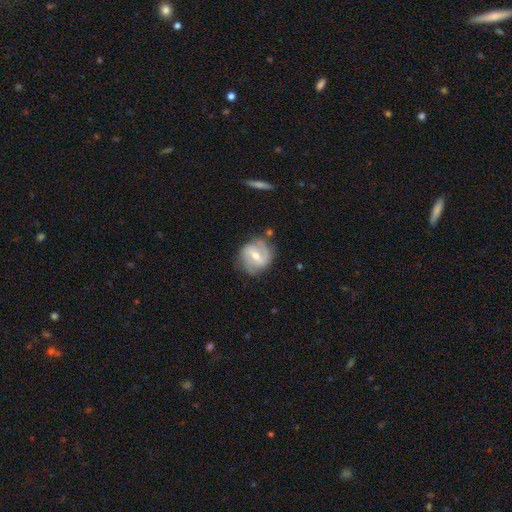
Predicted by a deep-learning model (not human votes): Morphology: type=featured or disk (77%); edge-on=no (97%); bar=weak (45%); spiral arms=yes (88%); winding=medium (44%); arm count=2 (79%); bulge=moderate (61%); merging=none (73%).